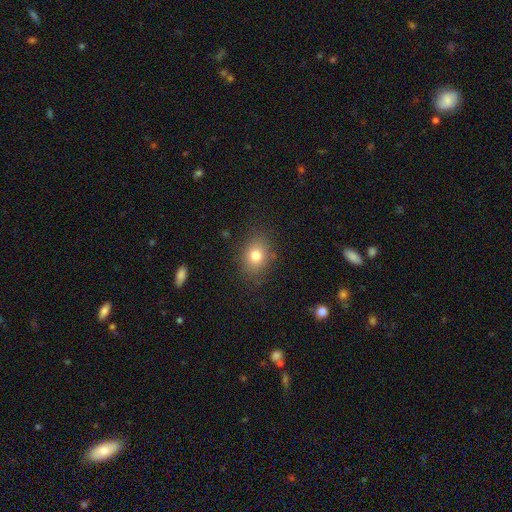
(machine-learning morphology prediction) A smooth galaxy with no disk features (77%) that is in between round and cigar-shaped (56%). Merging: none (84%).